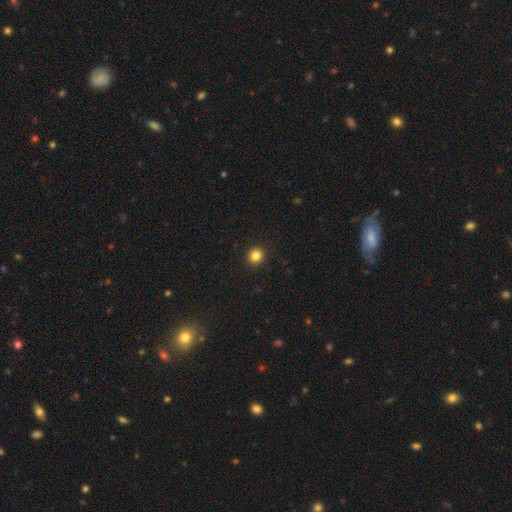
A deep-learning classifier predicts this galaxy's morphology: smooth 84%, star or artifact 11%, featured or disk 4%. Down the decision tree: how rounded — round (84%); merging — none (93%).